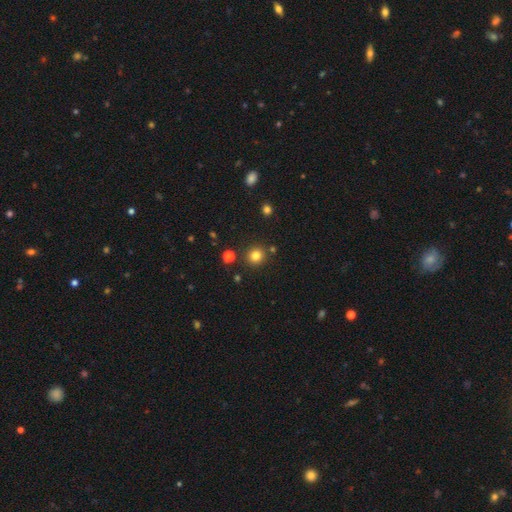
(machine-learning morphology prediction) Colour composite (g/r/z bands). It shows a smooth galaxy with no disk features (81%) that is round (89%). Merging: none (86%).